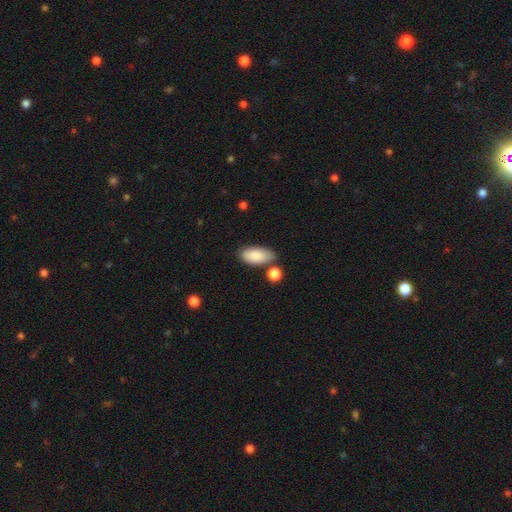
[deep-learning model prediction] Smooth or featured? Predicted: smooth (p=0.86). How rounded? Predicted: in between (p=0.92). Merging? Predicted: none (p=0.69).